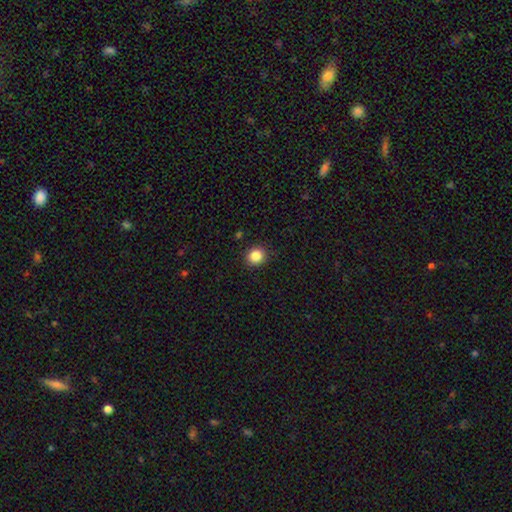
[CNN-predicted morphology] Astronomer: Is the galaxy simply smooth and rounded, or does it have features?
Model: smooth — 86%.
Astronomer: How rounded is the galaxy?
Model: round — 84%.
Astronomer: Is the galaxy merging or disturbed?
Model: none — 90%.